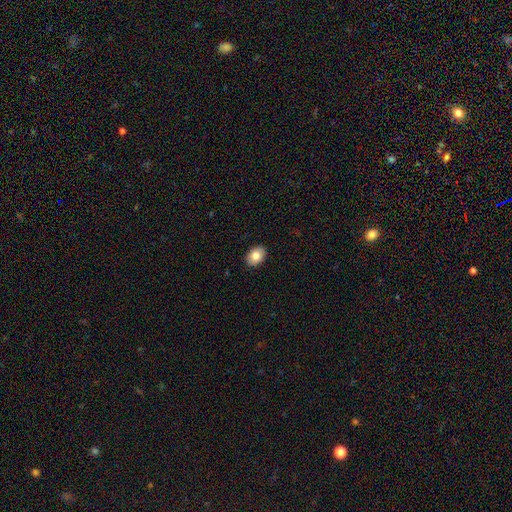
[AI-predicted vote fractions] Overall: smooth (83%). How rounded: in between (77%). Merging: none (90%).